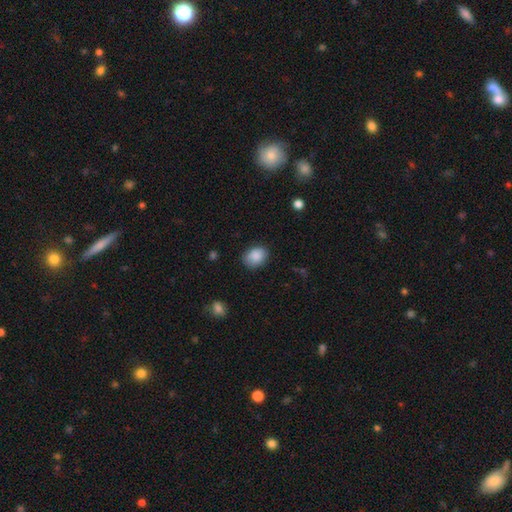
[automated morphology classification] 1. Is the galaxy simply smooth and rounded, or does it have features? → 87% smooth, 8% star or artifact, 5% featured or disk.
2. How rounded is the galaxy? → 61% in between, 38% round, 1% cigar-shaped.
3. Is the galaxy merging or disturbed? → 80% none, 15% minor disturbance, 3% major disturbance, 1% merger.